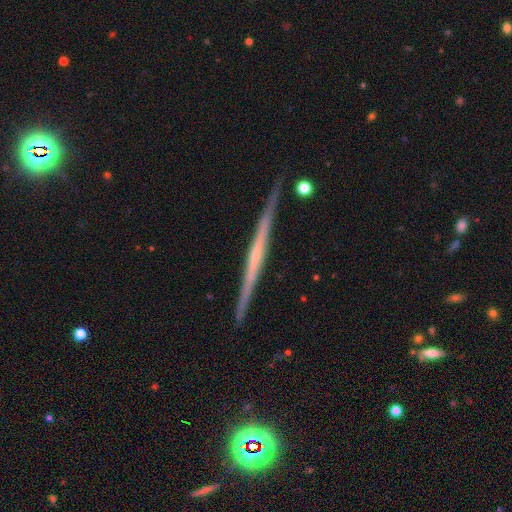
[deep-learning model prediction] Smooth or featured? featured or disk (76%)
Edge-on disk? yes (98%)
Edge-on bulge? none (68%)
Merging? none (90%)